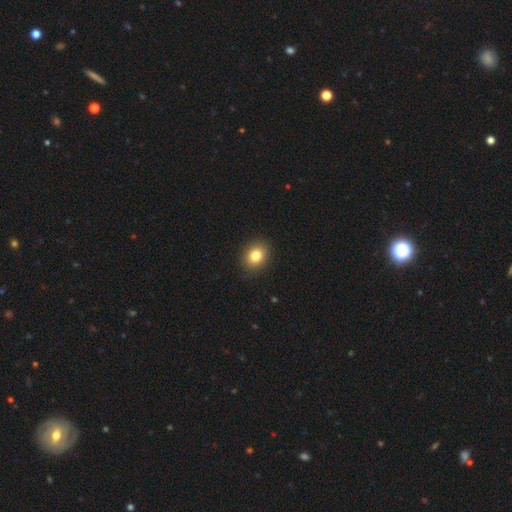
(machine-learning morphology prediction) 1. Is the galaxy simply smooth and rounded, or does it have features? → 82% smooth, 10% star or artifact, 8% featured or disk.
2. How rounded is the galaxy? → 53% round, 46% in between, 1% cigar-shaped.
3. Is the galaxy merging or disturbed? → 88% none, 8% minor disturbance, 2% major disturbance, 1% merger.